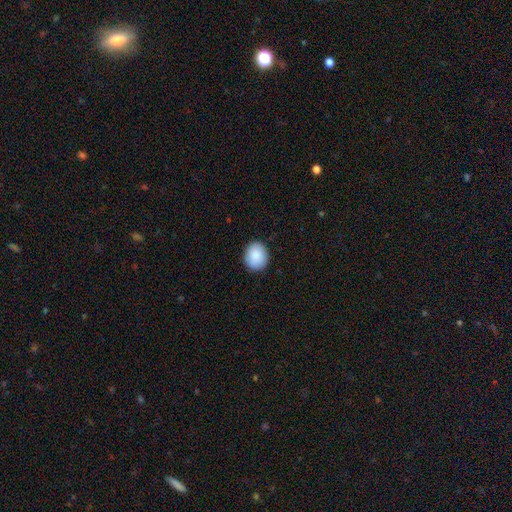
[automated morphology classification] Smooth or featured? Predicted: smooth (p=0.89). How rounded? Predicted: round (p=0.68). Merging? Predicted: none (p=0.89).